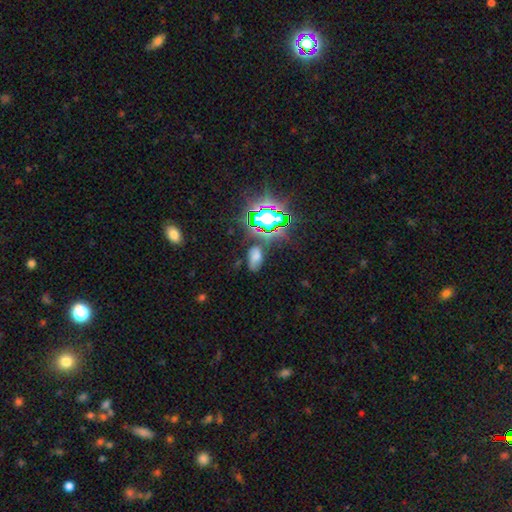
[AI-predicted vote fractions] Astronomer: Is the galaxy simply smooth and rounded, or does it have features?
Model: smooth — 49% (runner-up: star or artifact, 31%).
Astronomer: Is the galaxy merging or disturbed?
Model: none — 60%.